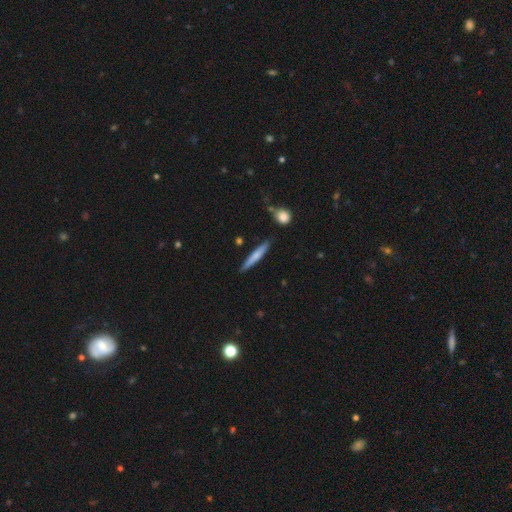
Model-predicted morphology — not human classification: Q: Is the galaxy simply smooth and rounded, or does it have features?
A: smooth — 64%.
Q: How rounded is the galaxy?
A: cigar-shaped — 94%.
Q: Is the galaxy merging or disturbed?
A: none — 86%.